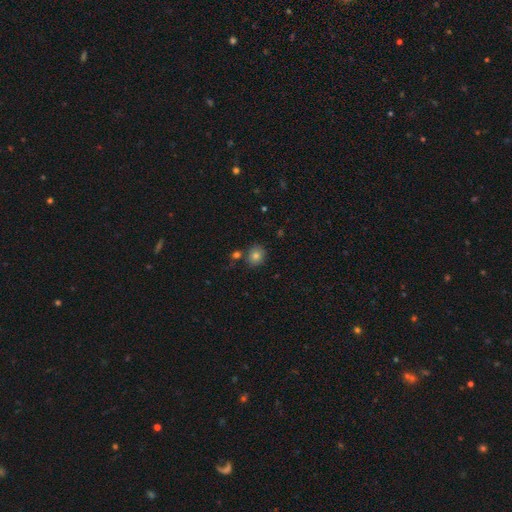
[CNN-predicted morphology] smooth 80%, star or artifact 12%, featured or disk 8%. Down the decision tree: how rounded — round (75%); merging — none (77%).